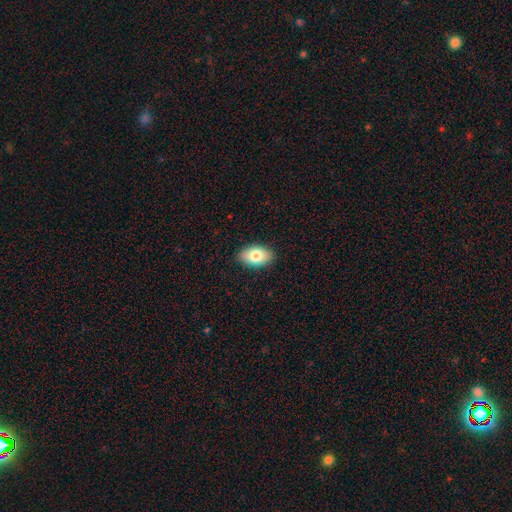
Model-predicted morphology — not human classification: This appears to be a smooth galaxy with no disk features (81%) that is in between round and cigar-shaped (91%). Merging: none (88%).